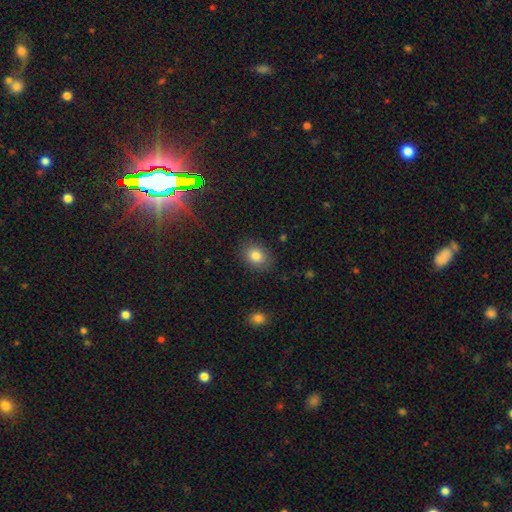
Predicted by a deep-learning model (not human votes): A smooth galaxy with no disk features (83%) that is in between round and cigar-shaped (56%).

Vote fractions:
- Smooth or featured? smooth: 83% / star or artifact: 10% / featured or disk: 7%
- How rounded? in between: 56% / round: 44% / cigar-shaped: 1%
- Merging? none: 85% / minor disturbance: 11% / major disturbance: 3% / merger: 1%